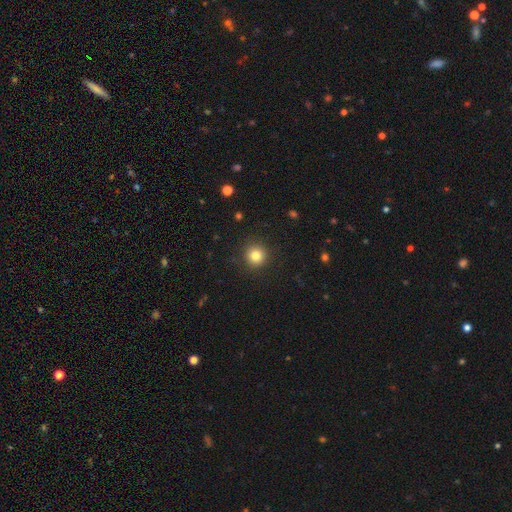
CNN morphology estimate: smooth_or_featured: smooth (p=0.82) [alt: star or artifact p=0.12]
how_rounded: round (p=0.94) [alt: in between p=0.05]
merging: none (p=0.91) [alt: minor disturbance p=0.06]